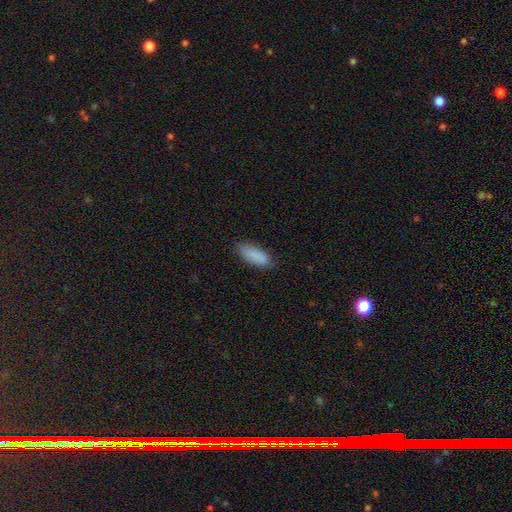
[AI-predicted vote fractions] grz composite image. It shows a smooth galaxy with no disk features (88%) that is in between round and cigar-shaped (69%). Merging: none (81%).